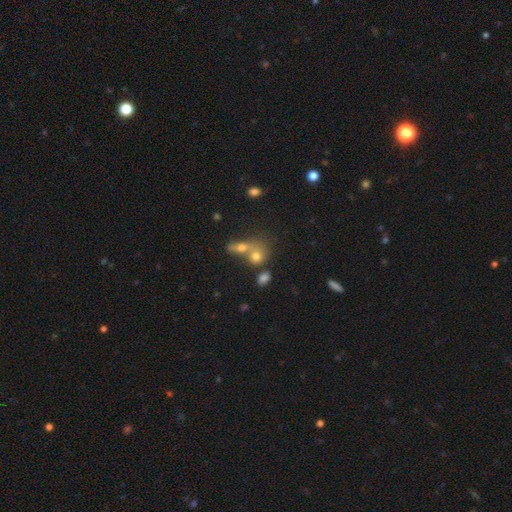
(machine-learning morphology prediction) type=smooth (60%); roundness=round (56%); merging=merger (56%).